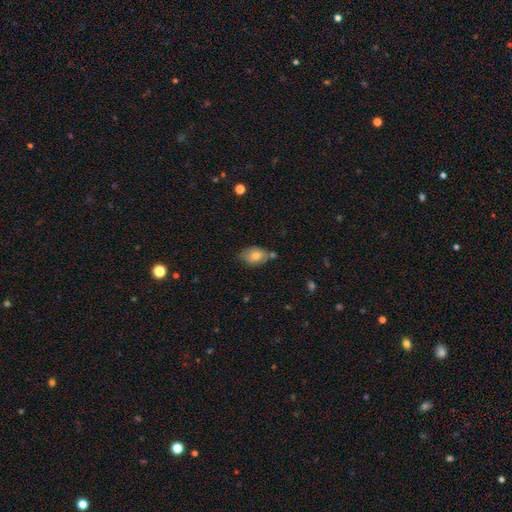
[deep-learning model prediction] Morphology: type=smooth (74%); roundness=in between (82%); merging=none (58%).